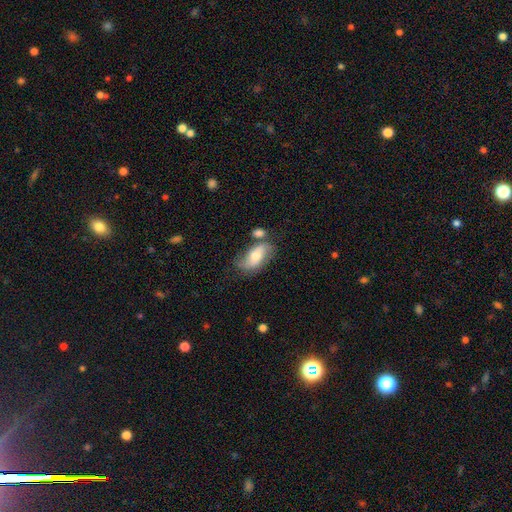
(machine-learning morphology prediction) A smooth galaxy with no disk features (52%) that is in between round and cigar-shaped (88%). Merging: none (51%).